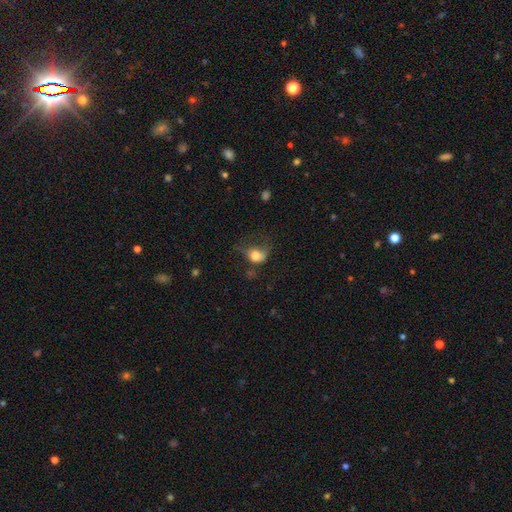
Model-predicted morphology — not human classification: Smooth or featured?
  - smooth: 73% *
  - featured or disk: 17%
  - star or artifact: 10%
How rounded?
  - in between: 55% *
  - round: 44%
  - cigar-shaped: 1%
Merging?
  - major disturbance: 42% *
  - minor disturbance: 27%
  - none: 26%
  - merger: 4%